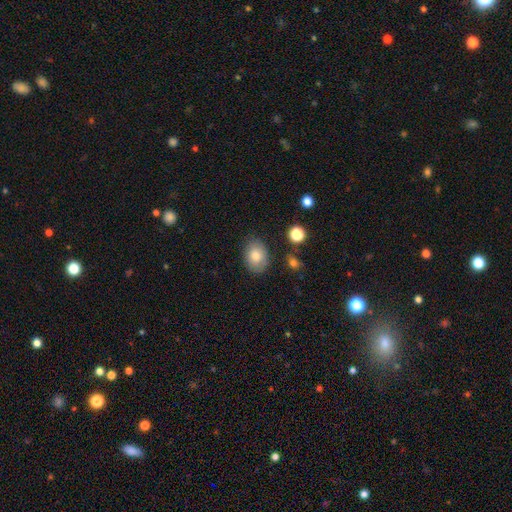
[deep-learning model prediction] Smooth or featured?
  - smooth: 81% *
  - featured or disk: 11%
  - star or artifact: 8%
How rounded?
  - in between: 68% *
  - round: 31%
  - cigar-shaped: 1%
Merging?
  - none: 81% *
  - minor disturbance: 14%
  - major disturbance: 3%
  - merger: 2%